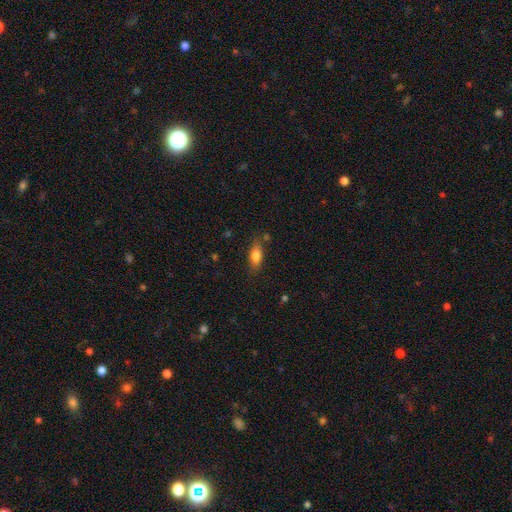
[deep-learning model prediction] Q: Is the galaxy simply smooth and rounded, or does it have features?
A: smooth — 79%.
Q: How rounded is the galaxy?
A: in between — 78%.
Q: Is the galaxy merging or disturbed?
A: none — 76%.